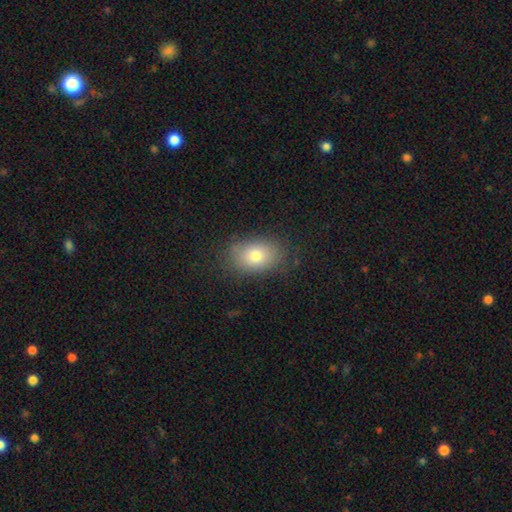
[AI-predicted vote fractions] A smooth galaxy with no disk features (78%) that is in between round and cigar-shaped (80%). Merging: none (80%).